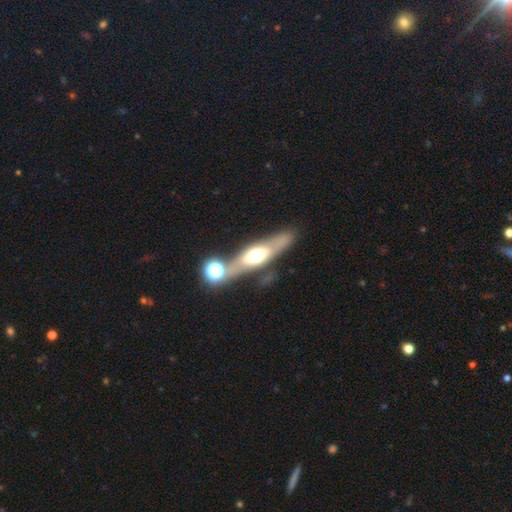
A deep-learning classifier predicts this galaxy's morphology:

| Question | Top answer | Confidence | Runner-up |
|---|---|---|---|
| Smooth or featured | featured or disk | 60% | smooth (32%) |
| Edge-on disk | yes | 81% | no (19%) |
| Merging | none | 67% | merger (15%) |